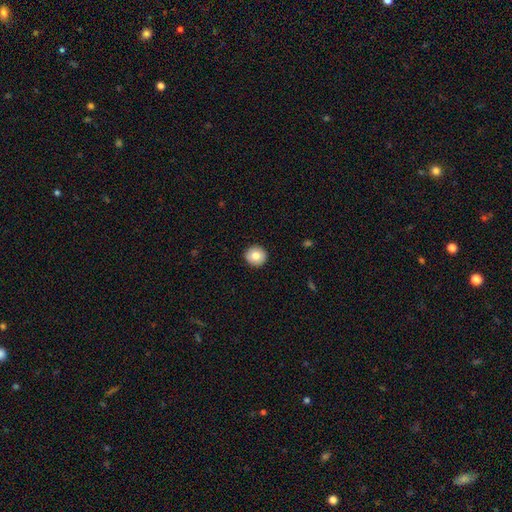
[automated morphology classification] The model was most divided on "smooth or featured": smooth: 80%, featured or disk: 12%, star or artifact: 8%. More confident: how rounded — round (95%); merging — none (93%).